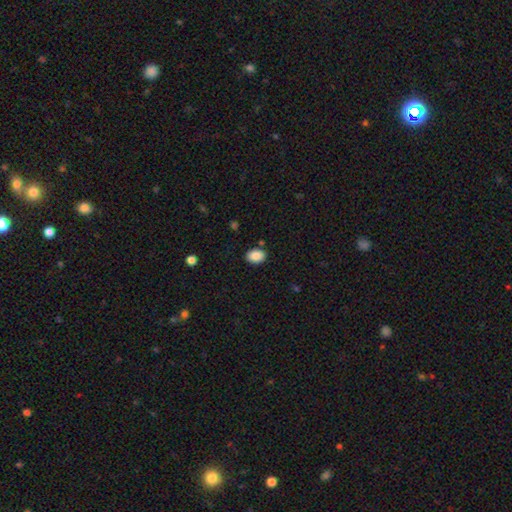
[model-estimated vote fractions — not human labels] A smooth galaxy with no disk features (88%) that is in between round and cigar-shaped (74%).

Vote fractions:
- Smooth or featured? smooth: 88% / star or artifact: 8% / featured or disk: 4%
- How rounded? in between: 74% / round: 25% / cigar-shaped: 1%
- Merging? none: 85% / minor disturbance: 10% / major disturbance: 2% / merger: 2%